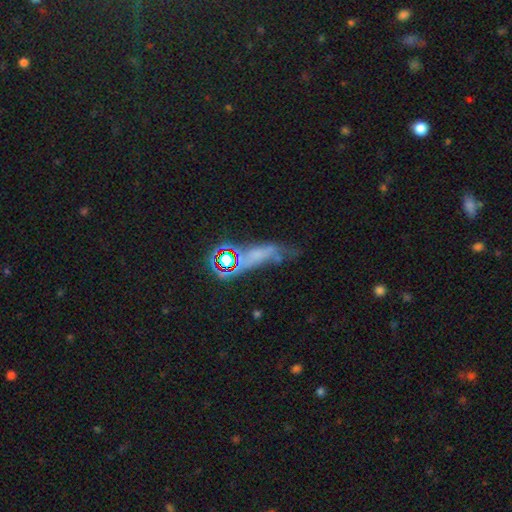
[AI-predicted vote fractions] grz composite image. It shows a star or artifact, not a galaxy (37%).